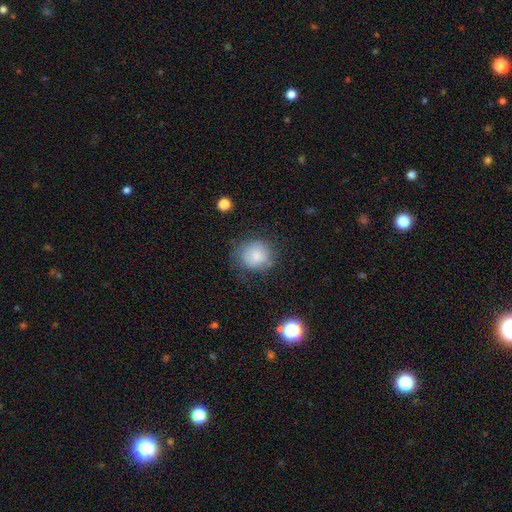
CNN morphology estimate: This is likely a smooth galaxy (75%). How rounded: clearly round (81%). Merging: likely none (60%).